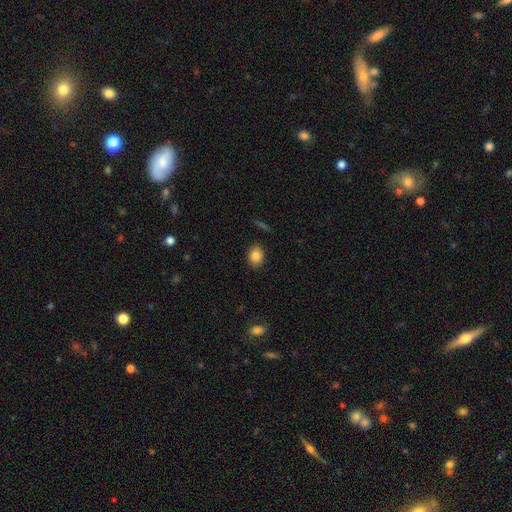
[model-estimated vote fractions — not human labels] The model was most divided on "how rounded": in between: 56%, round: 43%, cigar-shaped: 1%. More confident: merging — none (87%); smooth or featured — smooth (85%).